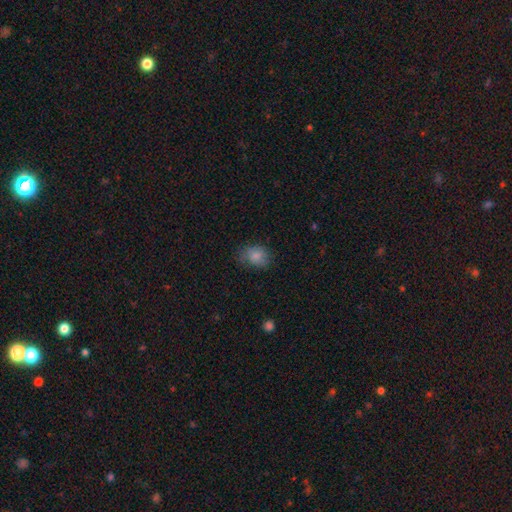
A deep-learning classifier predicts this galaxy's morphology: smooth-or-featured: smooth: 82% | star or artifact: 9% | featured or disk: 9%
  how-rounded: in between: 67% | round: 32% | cigar-shaped: 1%
  merging: none: 65% | minor disturbance: 26% | major disturbance: 8% | merger: 1%